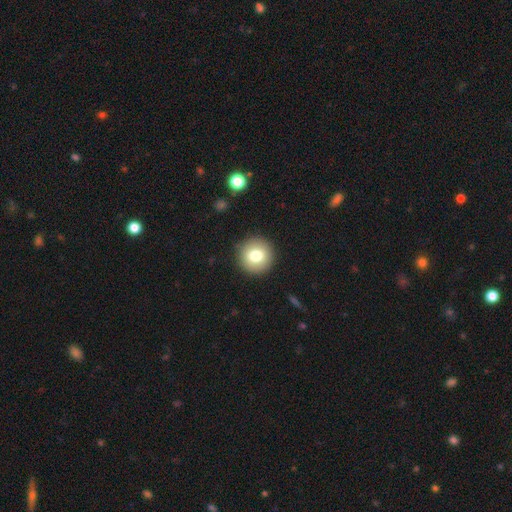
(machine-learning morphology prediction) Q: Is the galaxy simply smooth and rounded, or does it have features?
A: smooth — 77%.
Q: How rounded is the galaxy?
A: round — 94%.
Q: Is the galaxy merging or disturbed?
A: none — 91%.